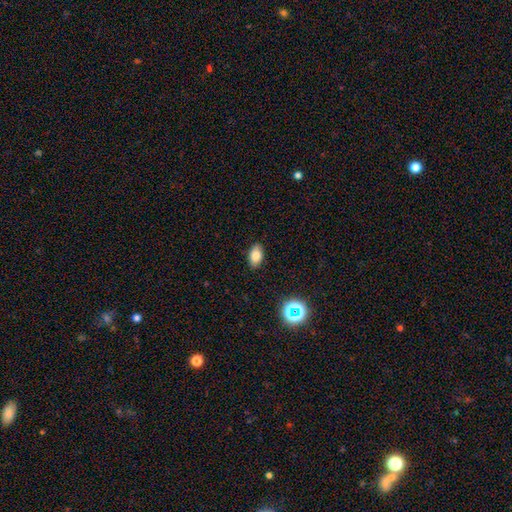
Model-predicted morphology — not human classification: type=smooth (82%); roundness=in between (91%); merging=none (87%).